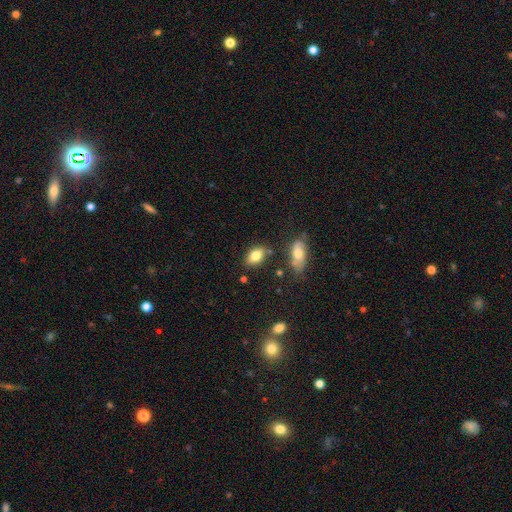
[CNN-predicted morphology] This appears to be a smooth galaxy with no disk features (80%) that is in between round and cigar-shaped (88%). Merging: none (75%).